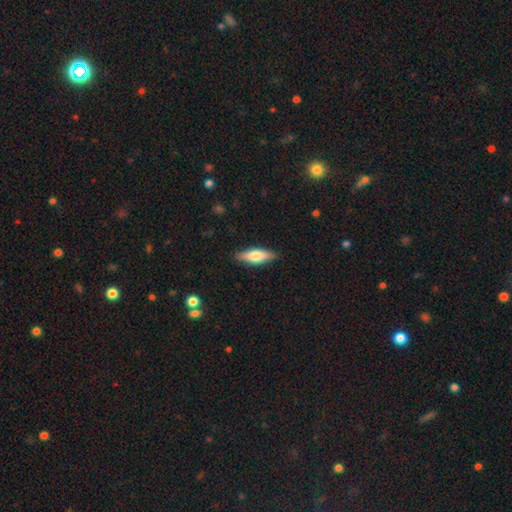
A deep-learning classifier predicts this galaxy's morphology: The model was most divided on "how rounded": in between: 50%, cigar-shaped: 47%, round: 3%. More confident: merging — none (87%); smooth or featured — smooth (58%).